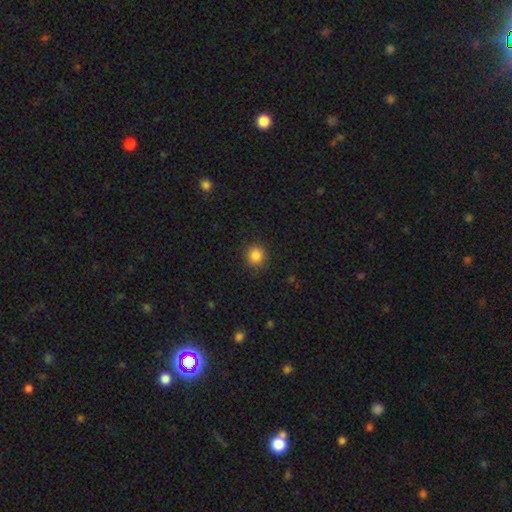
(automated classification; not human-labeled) A smooth galaxy with no disk features (86%) that is round (89%). Merging: none (90%).